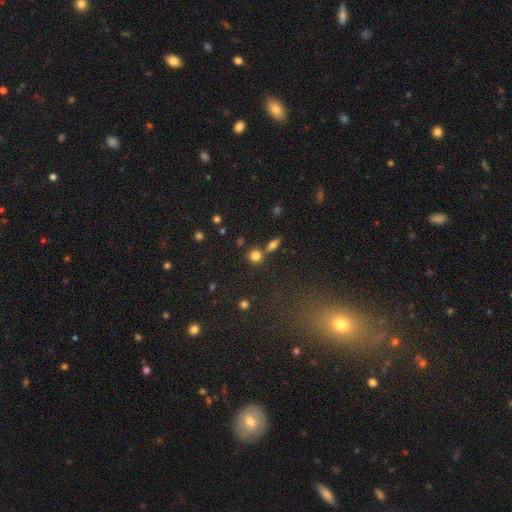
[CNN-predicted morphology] Smooth or featured?
  - smooth: 80% *
  - star or artifact: 12%
  - featured or disk: 8%
How rounded?
  - round: 86% *
  - in between: 12%
  - cigar-shaped: 2%
Merging?
  - none: 68% *
  - merger: 21%
  - minor disturbance: 8%
  - major disturbance: 3%